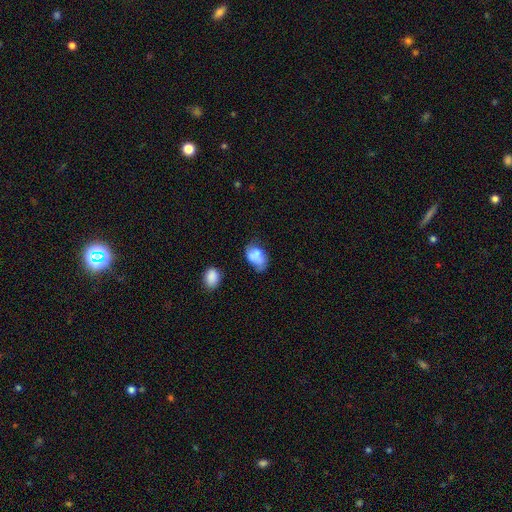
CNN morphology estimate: Smooth or featured? smooth (75%)
How rounded? in between (86%)
Merging? none (39%)